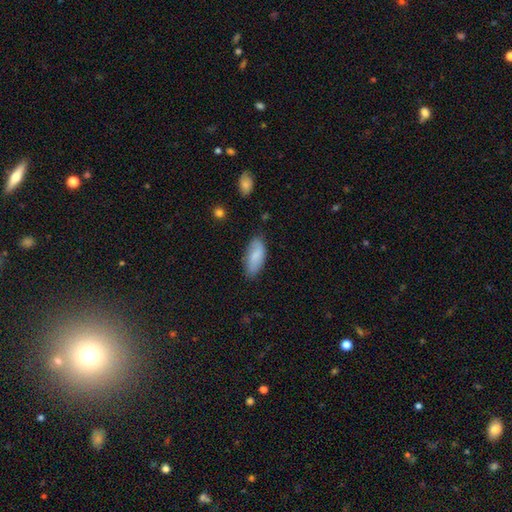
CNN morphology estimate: smooth-or-featured: smooth: 77% | featured or disk: 17% | star or artifact: 6%
  how-rounded: in between: 86% | cigar-shaped: 12% | round: 2%
  merging: none: 77% | minor disturbance: 18% | major disturbance: 3% | merger: 2%